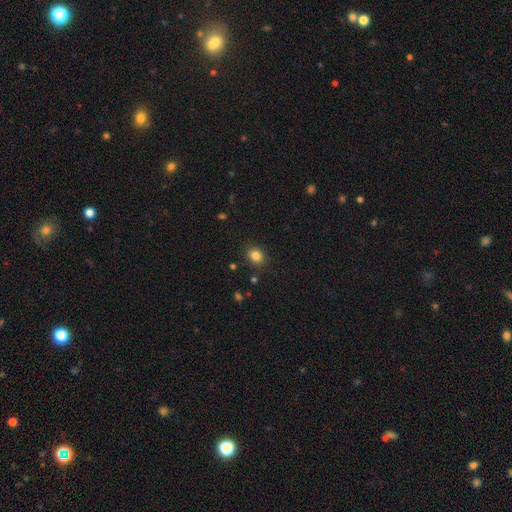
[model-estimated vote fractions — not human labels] Smooth or featured: smooth — 83% (star or artifact — 12%)
How rounded: round — 61% (in between — 38%)
Merging: none — 87% (minor disturbance — 8%)